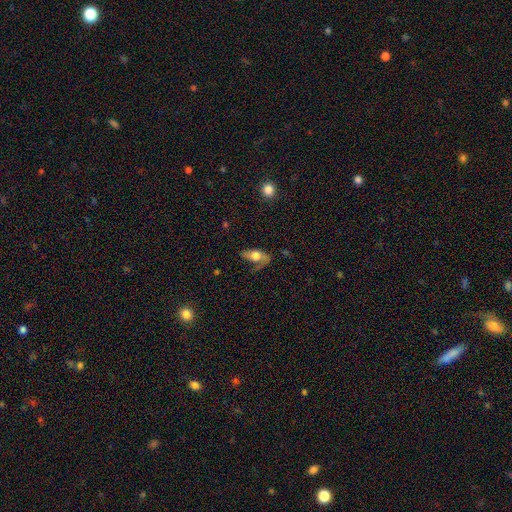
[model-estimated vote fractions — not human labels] A featured or disk galaxy (48%). Merging: major disturbance (36%, tied with none).